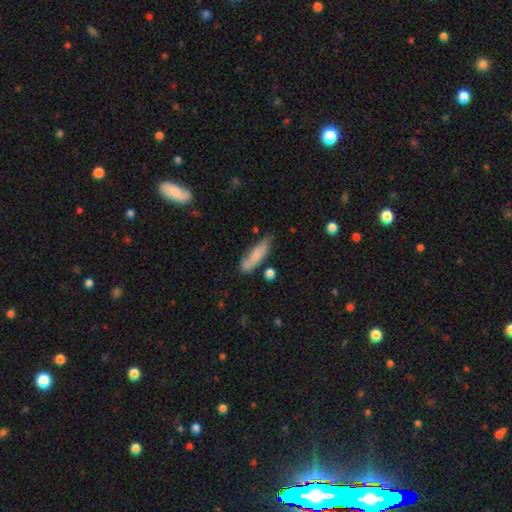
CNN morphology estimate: This is likely a smooth galaxy (72%). How rounded: possibly cigar-shaped (58%). Merging: likely none (62%).